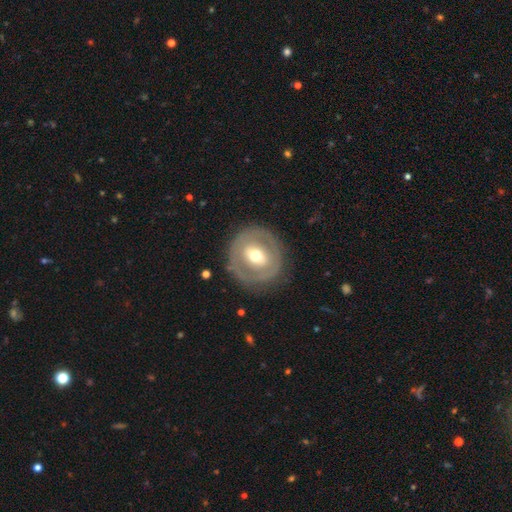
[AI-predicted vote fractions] Overall: featured or disk (54%; smooth 40%). Edge-on disk: no (94%). Bar: no (49%; weak 30%). Spiral arms: no (84%). Bulge size: moderate (70%). Merging: none (82%).